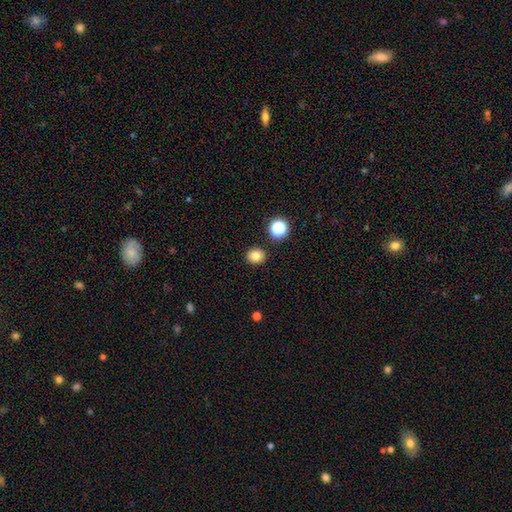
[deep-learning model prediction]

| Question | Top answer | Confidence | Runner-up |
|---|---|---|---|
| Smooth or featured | smooth | 82% | star or artifact (13%) |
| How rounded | round | 79% | in between (20%) |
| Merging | none | 89% | minor disturbance (6%) |